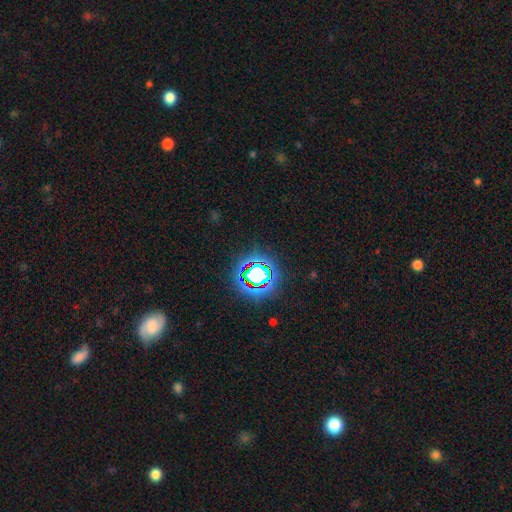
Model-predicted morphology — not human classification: type=star or artifact (77%).